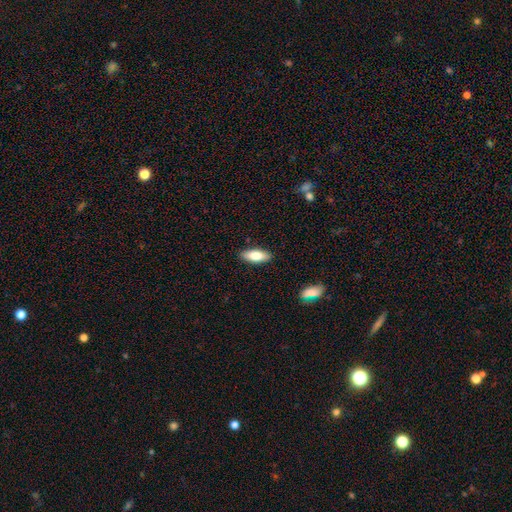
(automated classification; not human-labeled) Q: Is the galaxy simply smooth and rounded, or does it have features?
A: smooth — 80%.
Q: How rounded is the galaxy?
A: in between — 77%.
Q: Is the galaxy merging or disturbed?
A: none — 88%.